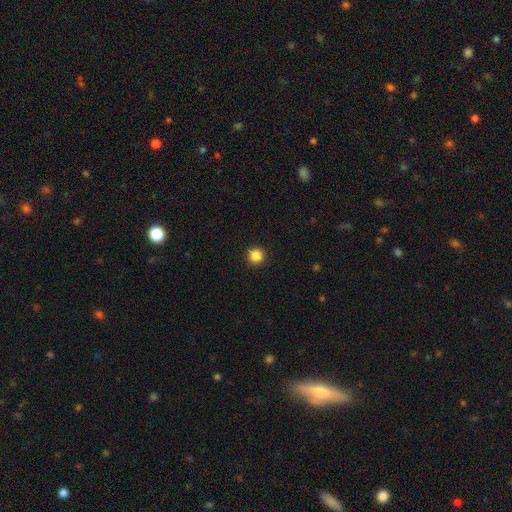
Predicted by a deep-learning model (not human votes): Morphology: type=smooth (86%); roundness=round (96%); merging=none (93%).